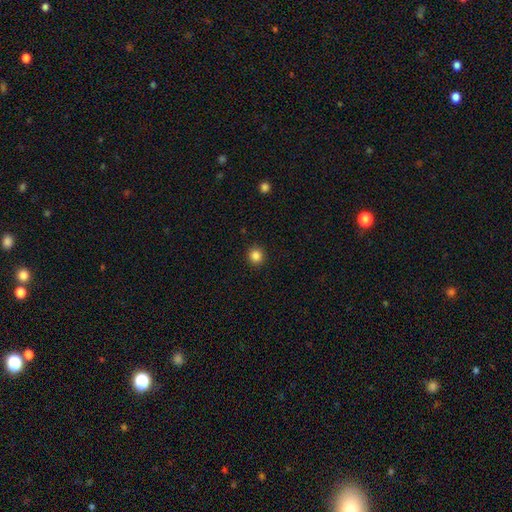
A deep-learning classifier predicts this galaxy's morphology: This is clearly a smooth galaxy (85%). How rounded: clearly round (93%). Merging: clearly none (92%).